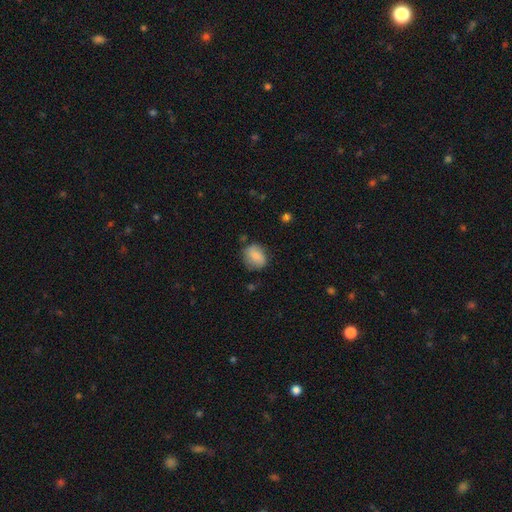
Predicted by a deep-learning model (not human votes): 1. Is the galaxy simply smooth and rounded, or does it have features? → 79% smooth, 13% featured or disk, 8% star or artifact.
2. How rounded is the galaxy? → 50% in between, 49% round, 1% cigar-shaped.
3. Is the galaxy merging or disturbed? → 68% none, 23% minor disturbance, 6% major disturbance, 2% merger.